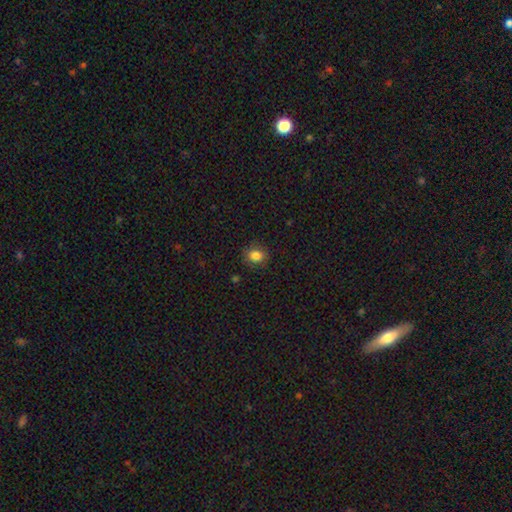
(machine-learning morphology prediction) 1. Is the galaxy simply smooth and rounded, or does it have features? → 84% smooth, 11% star or artifact, 5% featured or disk.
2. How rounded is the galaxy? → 65% round, 35% in between, 1% cigar-shaped.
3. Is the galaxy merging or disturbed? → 86% none, 11% minor disturbance, 3% major disturbance, 1% merger.